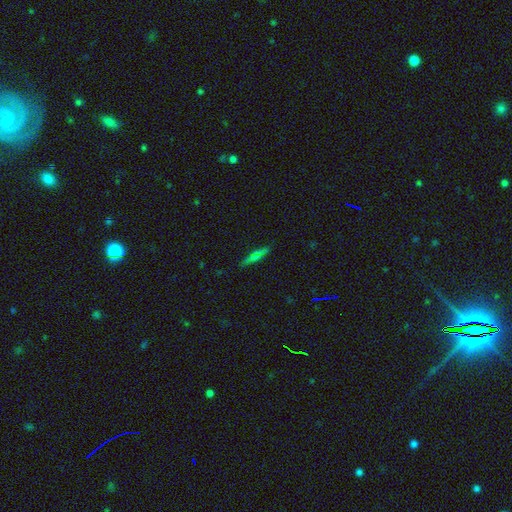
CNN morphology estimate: type=smooth (51%); roundness=cigar-shaped (85%); merging=none (88%).